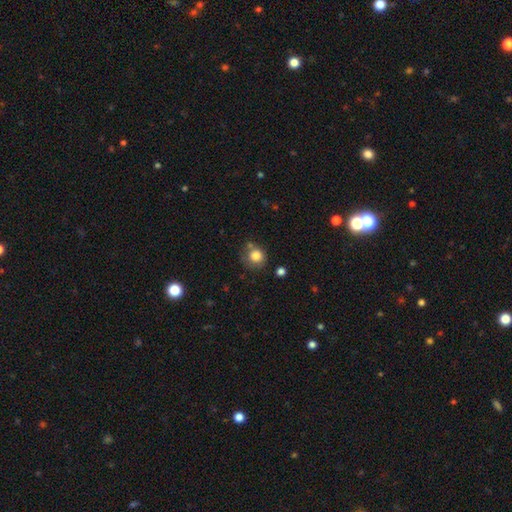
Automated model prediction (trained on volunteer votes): smooth-or-featured: smooth: 81% | star or artifact: 10% | featured or disk: 9%
  how-rounded: round: 84% | in between: 15% | cigar-shaped: 1%
  merging: none: 59% | minor disturbance: 21% | merger: 12% | major disturbance: 8%